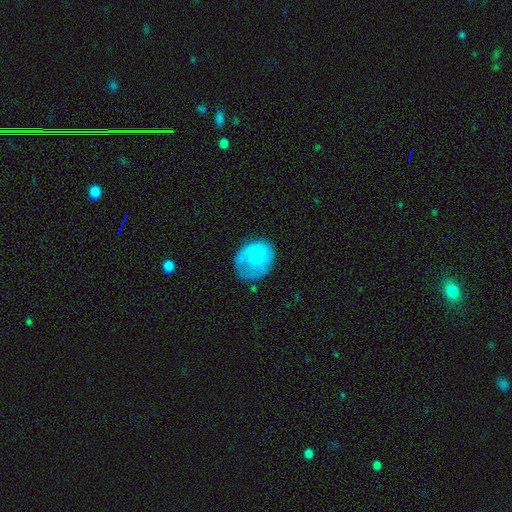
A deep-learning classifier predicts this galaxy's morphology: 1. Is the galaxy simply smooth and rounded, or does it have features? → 56% smooth, 38% featured or disk, 7% star or artifact.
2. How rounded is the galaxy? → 57% round, 42% in between, 1% cigar-shaped.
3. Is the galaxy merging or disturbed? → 51% none, 28% minor disturbance, 19% major disturbance, 2% merger.